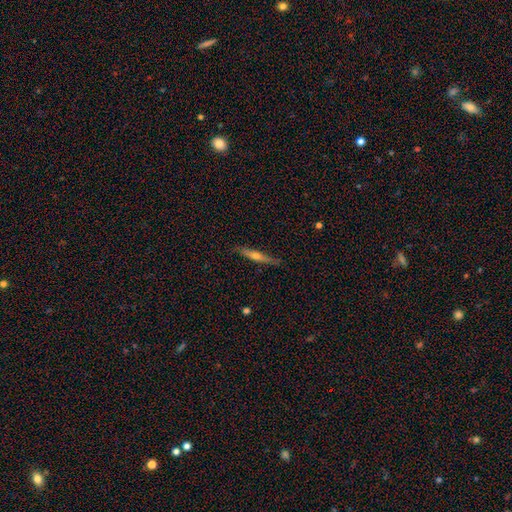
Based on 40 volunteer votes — Smooth or featured?
  - featured or disk: 57% *
  - smooth: 32%
  - star or artifact: 10%
Edge-on disk?
  - yes: 100% *
  - no: 0%
Edge-on bulge?
  - rounded: 87% *
  - none: 9%
  - boxy: 4%
Merging?
  - none: 89% *
  - minor disturbance: 6%
  - major disturbance: 3%
  - merger: 3%